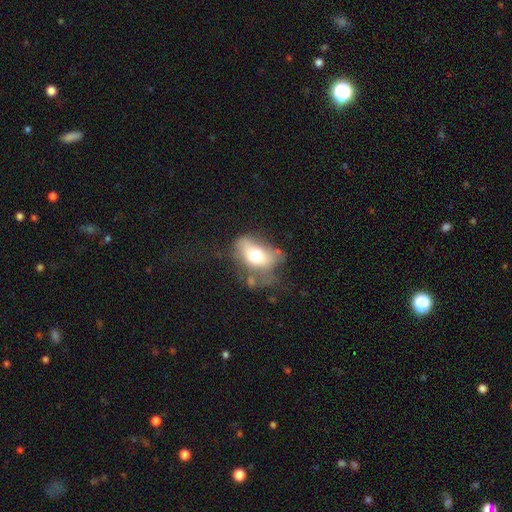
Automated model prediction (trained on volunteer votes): smooth_or_featured: smooth (p=0.60) [alt: featured or disk p=0.31]
how_rounded: in between (p=0.83) [alt: round p=0.14]
merging: none (p=0.33) [alt: major disturbance p=0.31]